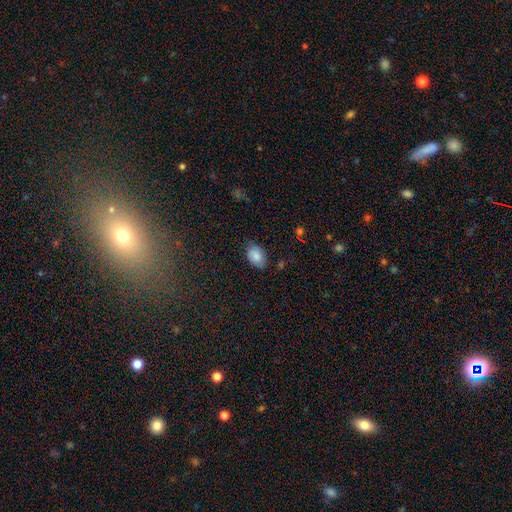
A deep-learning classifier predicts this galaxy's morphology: Smooth or featured: smooth — 81% (featured or disk — 11%)
How rounded: in between — 87% (round — 11%)
Merging: none — 74% (minor disturbance — 20%)